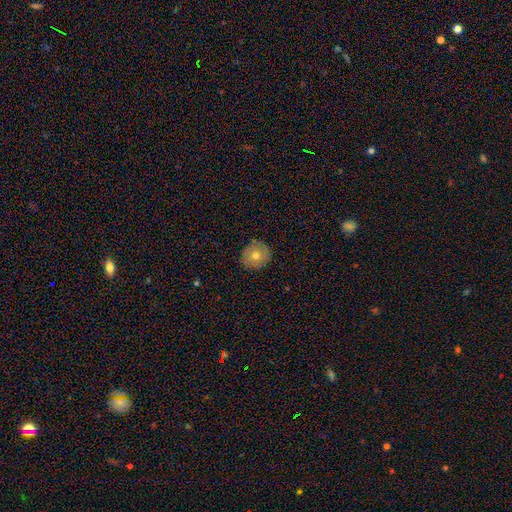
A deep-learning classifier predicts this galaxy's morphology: The model was most divided on "smooth or featured": smooth: 62%, featured or disk: 28%, star or artifact: 10%. More confident: how rounded — round (89%); merging — none (86%).